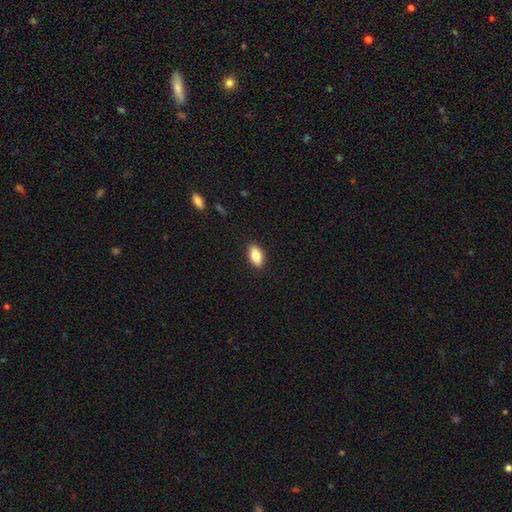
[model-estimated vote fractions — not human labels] Q: Smooth or featured?
A: smooth (82%); runner-up: featured or disk (11%)
Q: How rounded?
A: in between (90%); runner-up: round (5%)
Q: Merging?
A: none (90%); runner-up: minor disturbance (8%)